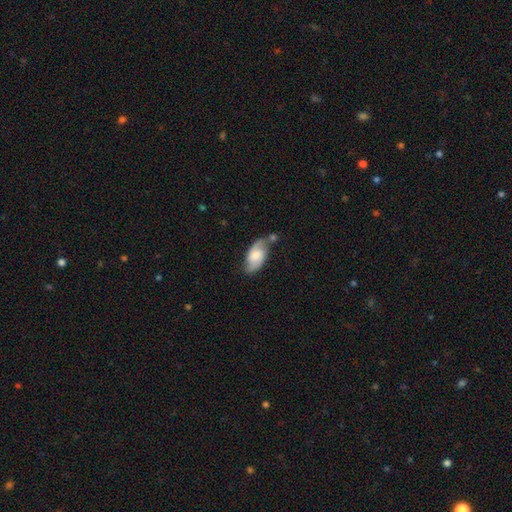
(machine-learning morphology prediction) smooth-or-featured: featured or disk: 54% | smooth: 38% | star or artifact: 7%
  disk-edge-on: no: 93% | yes: 7%
    bar: no: 50% | weak: 40% | strong: 10%
    has-spiral-arms: yes: 89% | no: 11%
    bulge-size: moderate: 35% | large: 24% | small: 22% | none: 14% | dominant: 4%
  merging: none: 50% | minor disturbance: 25% | merger: 16% | major disturbance: 10%